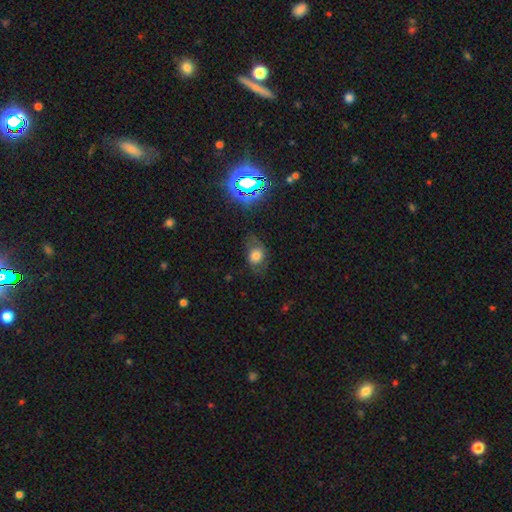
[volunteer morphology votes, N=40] This is likely a smooth galaxy (70%). How rounded: possibly in between (54%). Merging: marginally minor disturbance (42%).